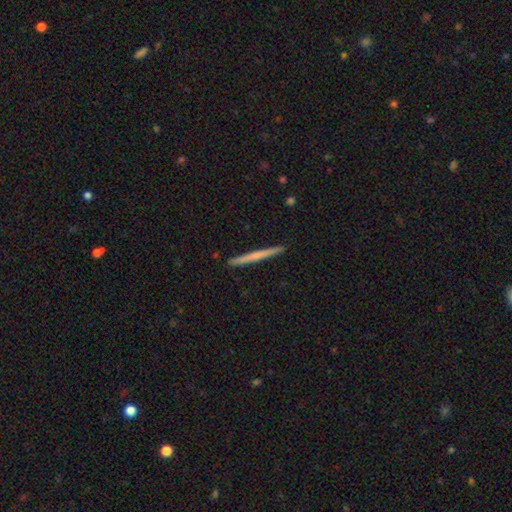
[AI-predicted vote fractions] The model was most divided on "smooth or featured": smooth: 52%, featured or disk: 43%, star or artifact: 5%. More confident: how rounded — cigar-shaped (97%); merging — none (93%).